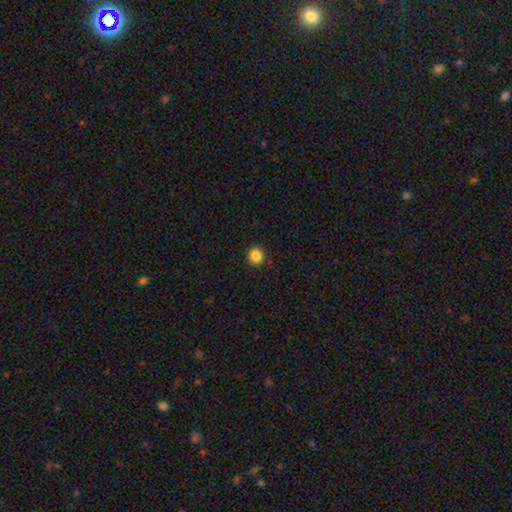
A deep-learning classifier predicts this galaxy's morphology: Overall: smooth (86%). How rounded: round (90%). Merging: none (92%).